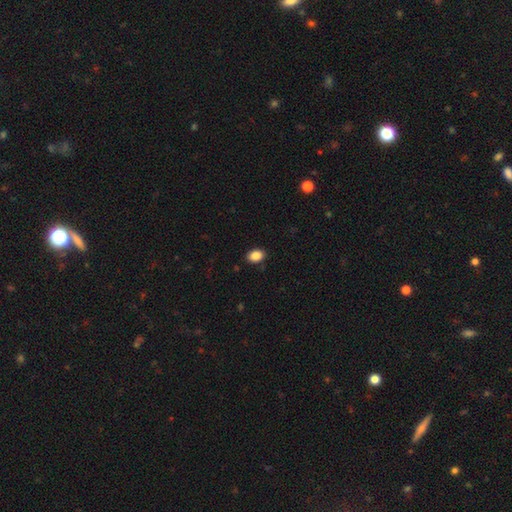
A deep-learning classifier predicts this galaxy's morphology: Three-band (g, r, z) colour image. It shows a smooth galaxy with no disk features (88%) that is in between round and cigar-shaped (78%). Merging: none (88%).